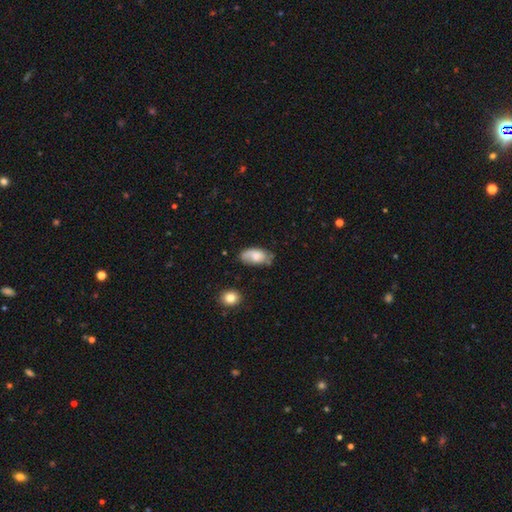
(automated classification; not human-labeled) smooth_or_featured: smooth (p=0.64) [alt: featured or disk p=0.28]
how_rounded: in between (p=0.92) [alt: round p=0.05]
merging: none (p=0.56) [alt: minor disturbance p=0.31]